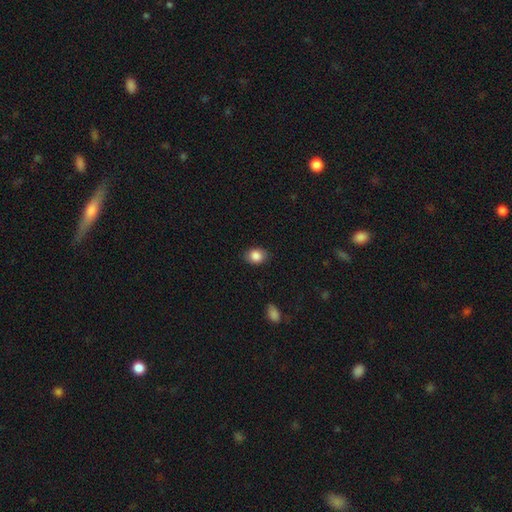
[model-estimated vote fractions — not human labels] Morphology: type=smooth (86%); roundness=in between (62%); merging=none (85%).